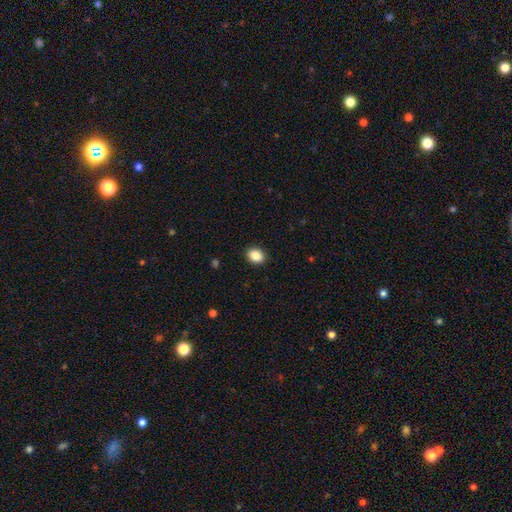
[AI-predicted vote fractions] Q: Smooth or featured?
A: smooth (87%); runner-up: star or artifact (9%)
Q: How rounded?
A: in between (57%); runner-up: round (42%)
Q: Merging?
A: none (91%); runner-up: minor disturbance (6%)